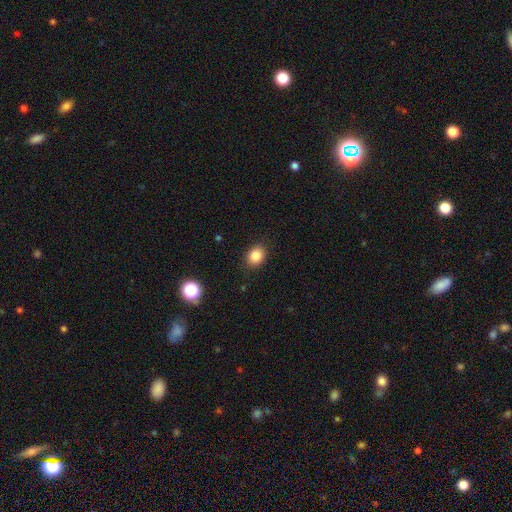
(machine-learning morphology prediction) Smooth or featured?
  - smooth: 84% *
  - star or artifact: 11%
  - featured or disk: 5%
How rounded?
  - round: 51% *
  - in between: 48%
  - cigar-shaped: 1%
Merging?
  - none: 87% *
  - minor disturbance: 9%
  - major disturbance: 2%
  - merger: 1%